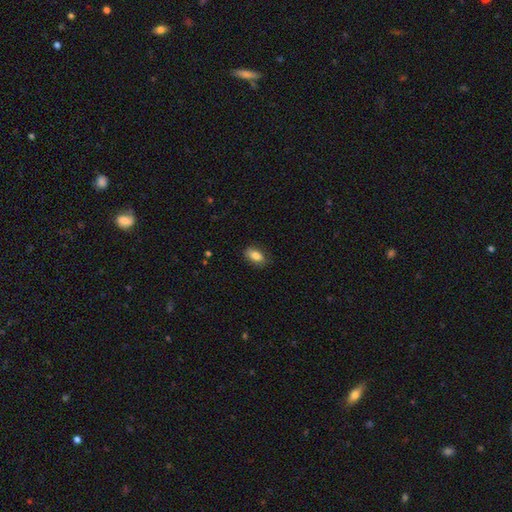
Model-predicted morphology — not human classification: Smooth or featured? smooth (85%)
How rounded? in between (89%)
Merging? none (81%)